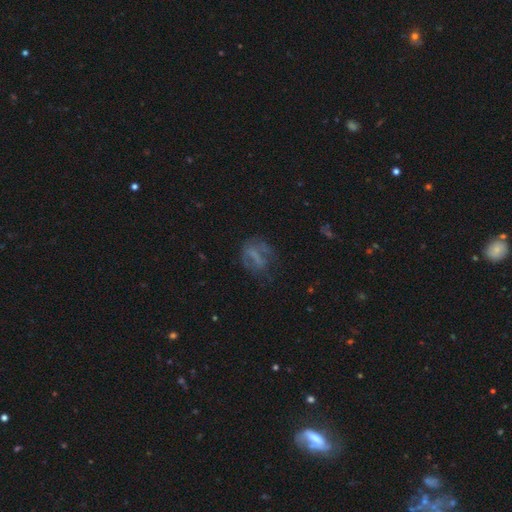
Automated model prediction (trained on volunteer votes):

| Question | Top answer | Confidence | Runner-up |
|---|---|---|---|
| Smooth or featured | featured or disk | 44% | smooth (39%) |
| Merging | none | 49% | major disturbance (26%) |